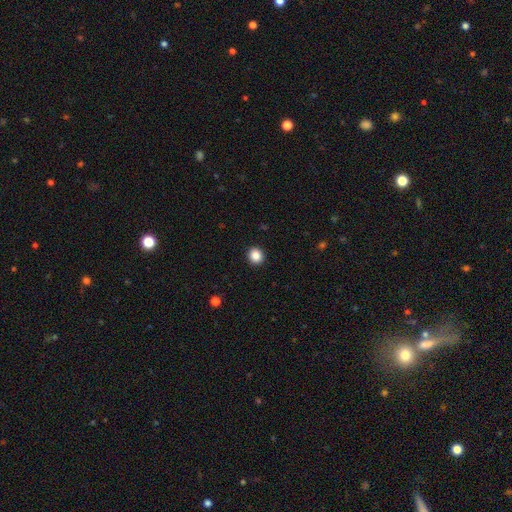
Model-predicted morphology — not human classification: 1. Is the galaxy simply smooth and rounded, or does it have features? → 86% smooth, 10% star or artifact, 4% featured or disk.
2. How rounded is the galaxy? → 84% round, 15% in between, 1% cigar-shaped.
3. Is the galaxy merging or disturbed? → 93% none, 5% minor disturbance, 2% major disturbance, 1% merger.